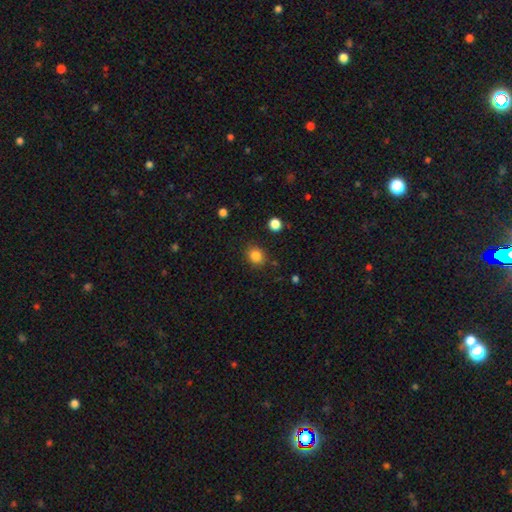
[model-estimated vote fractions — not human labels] Overall: smooth (84%). How rounded: round (69%; in between 30%). Merging: none (85%).